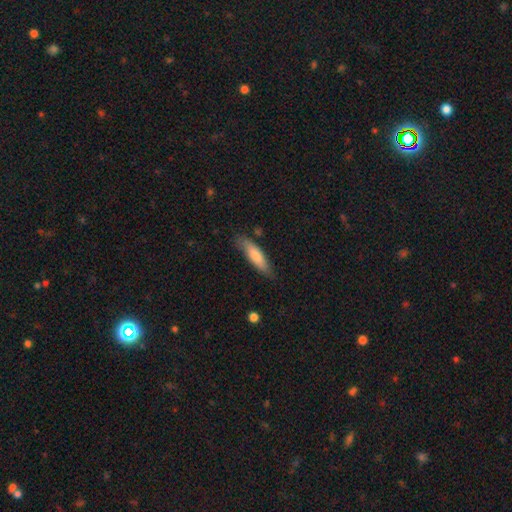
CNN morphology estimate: Q: Smooth or featured?
A: smooth (76%); runner-up: featured or disk (18%)
Q: How rounded?
A: cigar-shaped (64%); runner-up: in between (35%)
Q: Merging?
A: none (78%); runner-up: minor disturbance (16%)